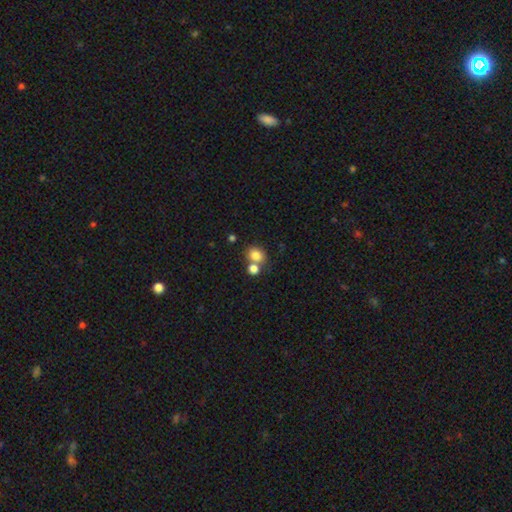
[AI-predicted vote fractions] Q: Smooth or featured?
A: smooth (80%); runner-up: star or artifact (11%)
Q: How rounded?
A: round (65%); runner-up: in between (34%)
Q: Merging?
A: none (53%); runner-up: merger (35%)